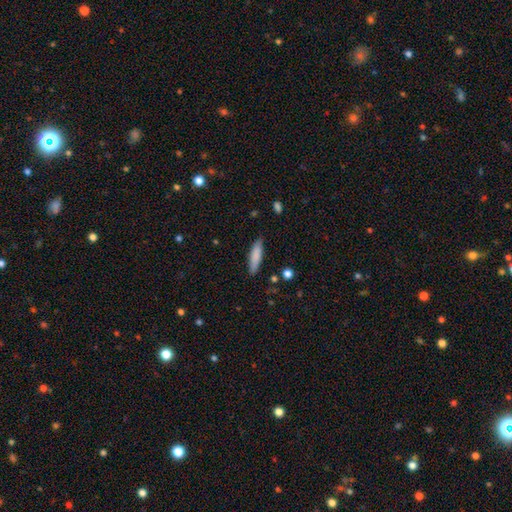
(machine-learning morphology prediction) Smooth or featured? smooth (82%)
How rounded? cigar-shaped (71%)
Merging? none (82%)